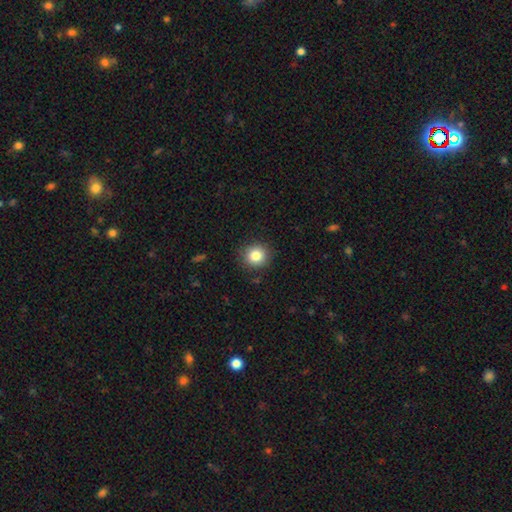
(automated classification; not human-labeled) Smooth or featured? smooth (83%)
How rounded? round (90%)
Merging? none (89%)